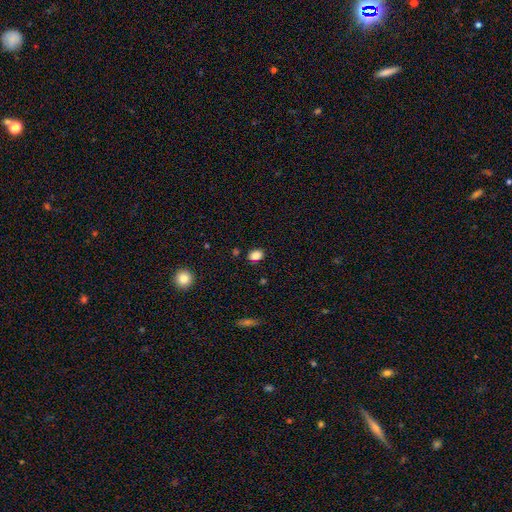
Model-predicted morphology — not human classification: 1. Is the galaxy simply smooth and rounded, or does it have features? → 84% smooth, 11% star or artifact, 6% featured or disk.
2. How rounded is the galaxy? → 67% in between, 31% round, 1% cigar-shaped.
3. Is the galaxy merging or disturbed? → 85% none, 10% minor disturbance, 2% major disturbance, 2% merger.